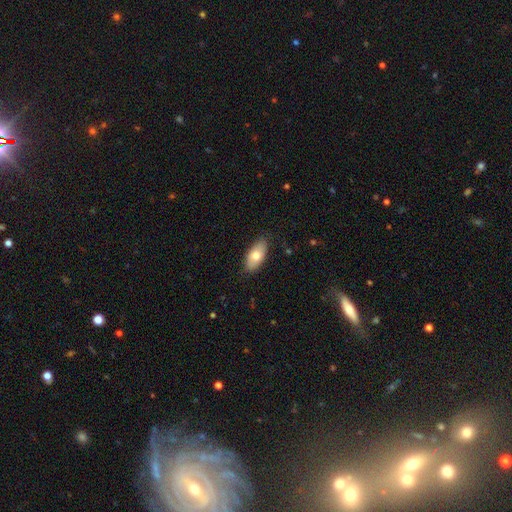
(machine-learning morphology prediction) Smooth or featured?
  - smooth: 72% *
  - featured or disk: 22%
  - star or artifact: 6%
How rounded?
  - in between: 91% *
  - cigar-shaped: 6%
  - round: 3%
Merging?
  - none: 84% *
  - minor disturbance: 13%
  - major disturbance: 2%
  - merger: 1%